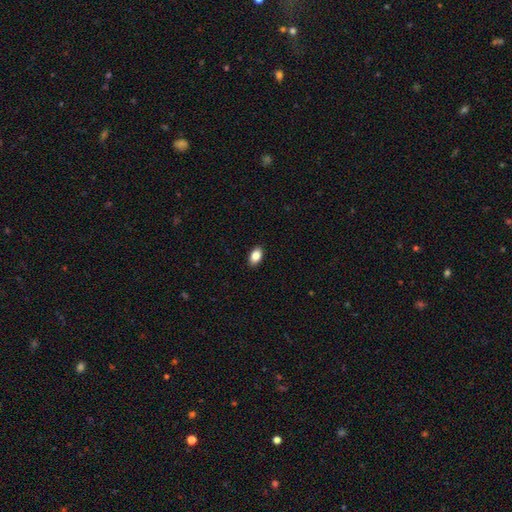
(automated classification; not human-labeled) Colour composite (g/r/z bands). It shows a smooth galaxy with no disk features (86%) that is in between round and cigar-shaped (91%). Merging: none (90%).